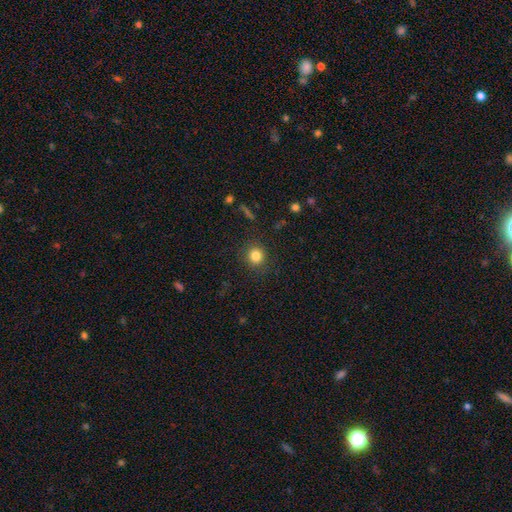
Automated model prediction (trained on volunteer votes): Smooth or featured? smooth (83%)
How rounded? round (90%)
Merging? none (89%)